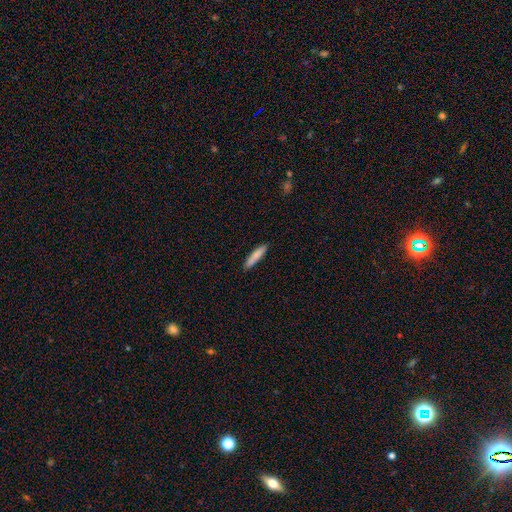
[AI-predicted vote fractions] Smooth or featured? smooth (83%)
How rounded? cigar-shaped (87%)
Merging? none (87%)